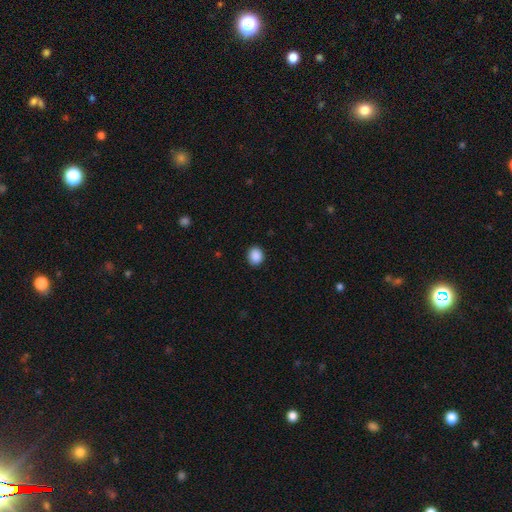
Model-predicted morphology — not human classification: A smooth galaxy with no disk features (89%) that is round (64%). Merging: none (90%).